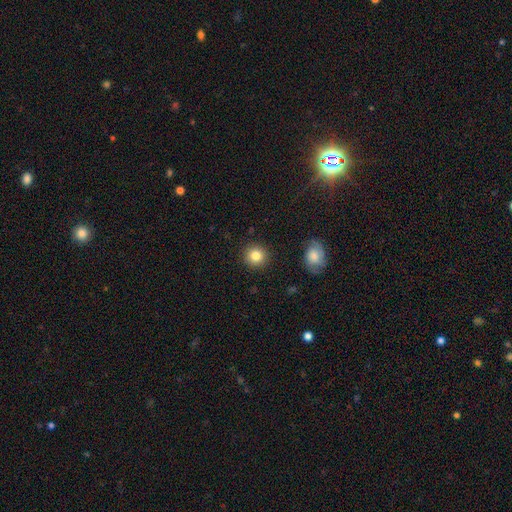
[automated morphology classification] smooth 84%, star or artifact 9%, featured or disk 7%. Down the decision tree: how rounded — round (91%); merging — none (90%).